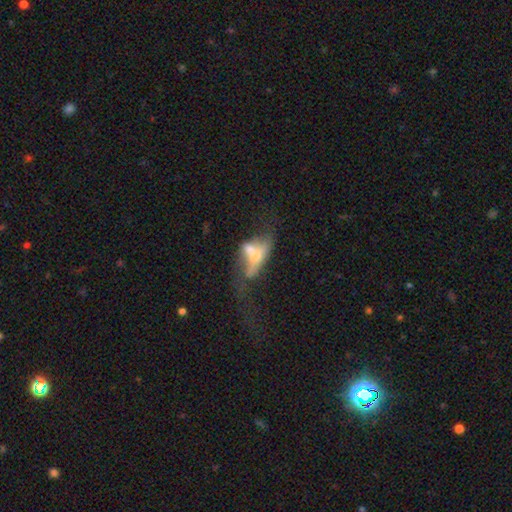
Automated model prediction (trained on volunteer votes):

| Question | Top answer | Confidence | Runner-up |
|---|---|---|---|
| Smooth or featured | featured or disk | 54% | smooth (36%) |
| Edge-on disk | no | 82% | yes (18%) |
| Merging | merger | 50% | major disturbance (24%) |